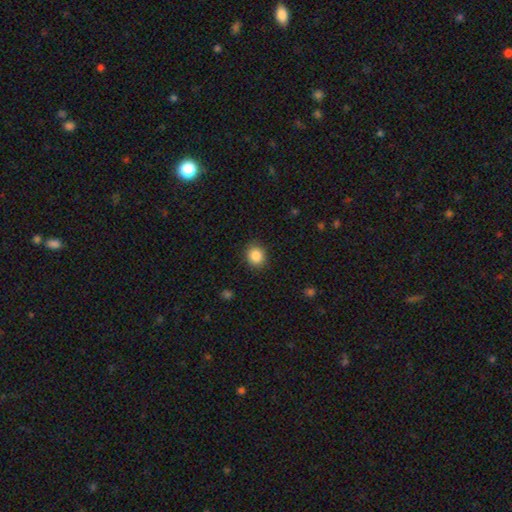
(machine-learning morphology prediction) Smooth or featured? Predicted: smooth (p=0.86). How rounded? Predicted: round (p=0.75). Merging? Predicted: none (p=0.89).